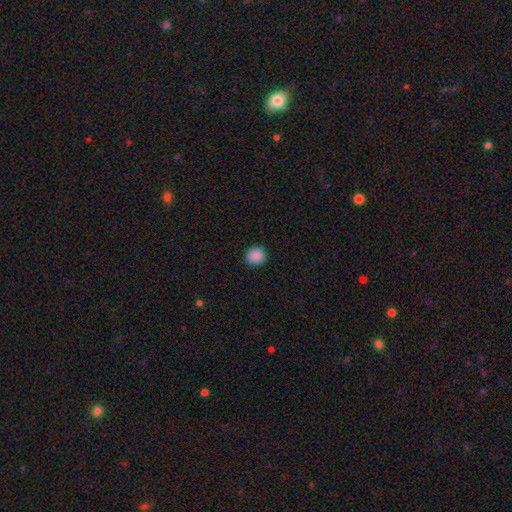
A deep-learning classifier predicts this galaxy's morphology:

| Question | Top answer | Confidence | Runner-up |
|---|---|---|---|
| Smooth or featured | smooth | 88% | star or artifact (9%) |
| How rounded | round | 91% | in between (8%) |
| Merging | none | 91% | minor disturbance (6%) |